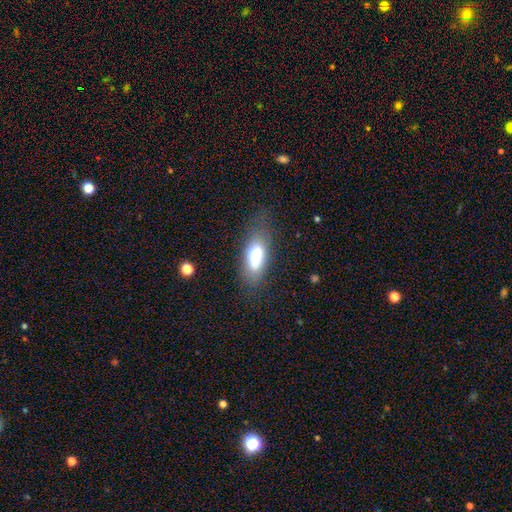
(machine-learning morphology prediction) Overall: smooth (73%). How rounded: in between (80%). Merging: none (57%; minor disturbance 24%).